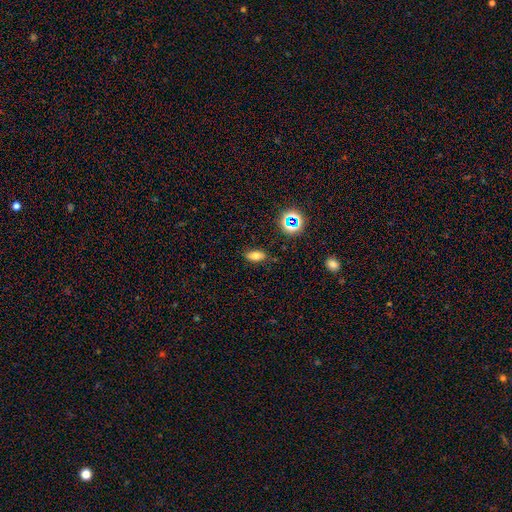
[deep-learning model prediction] Smooth or featured? Predicted: smooth (p=0.74). How rounded? Predicted: in between (p=0.85). Merging? Predicted: none (p=0.83).